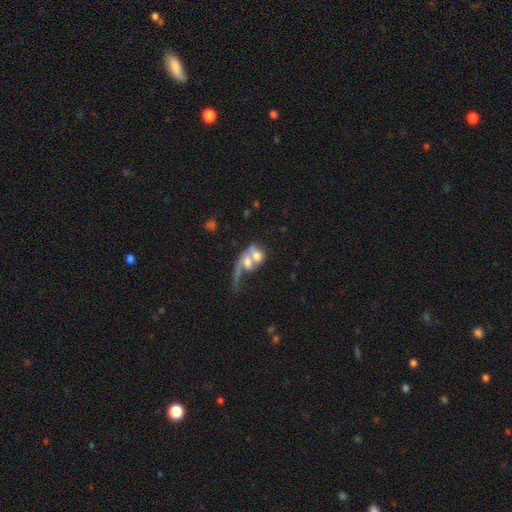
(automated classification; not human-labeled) Overall: smooth (46%; featured or disk 45%). Merging: merger (68%).